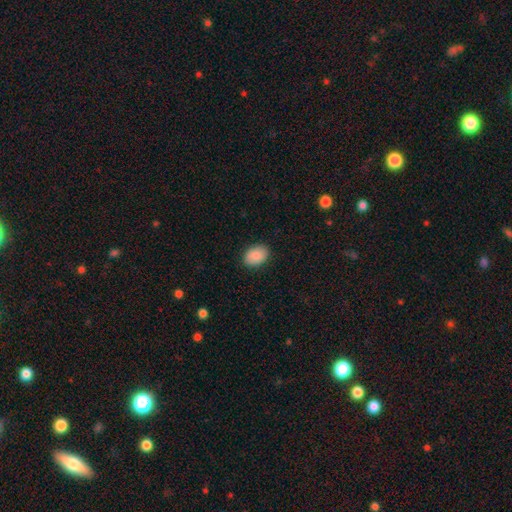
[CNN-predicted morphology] Smooth or featured: smooth — 88% (star or artifact — 7%)
How rounded: in between — 80% (round — 19%)
Merging: none — 89% (minor disturbance — 8%)